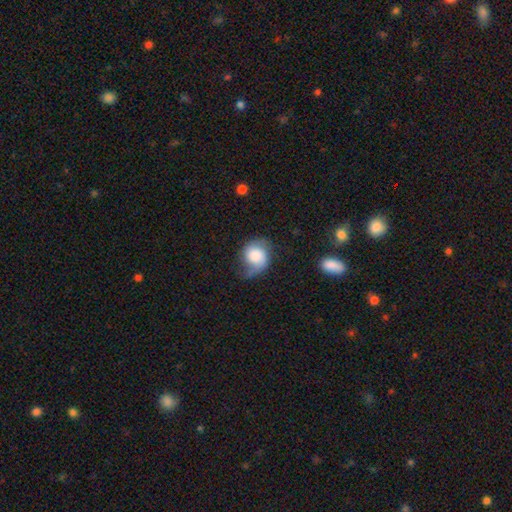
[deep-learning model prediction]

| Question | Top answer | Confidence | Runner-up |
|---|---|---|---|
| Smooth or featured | smooth | 48% | featured or disk (44%) |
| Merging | none | 46% | minor disturbance (32%) |